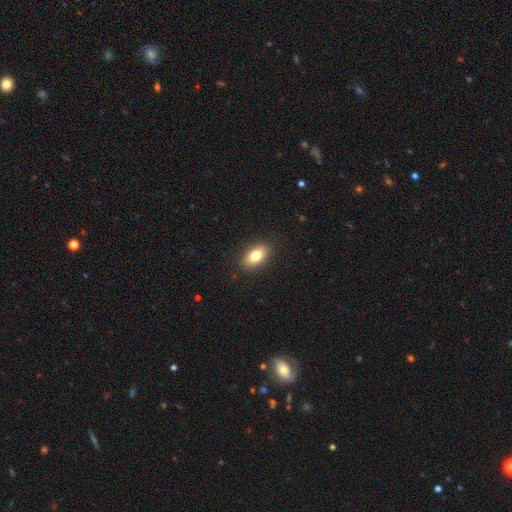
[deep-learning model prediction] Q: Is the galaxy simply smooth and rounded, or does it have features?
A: smooth — 79%.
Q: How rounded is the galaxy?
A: in between — 87%.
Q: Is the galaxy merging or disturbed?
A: none — 89%.